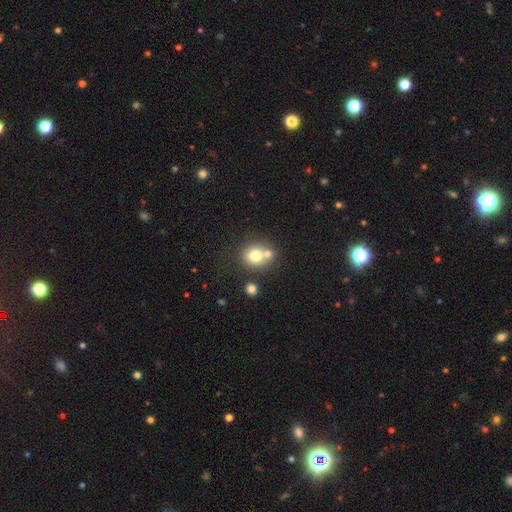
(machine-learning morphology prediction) smooth 74%, featured or disk 15%, star or artifact 12%. Down the decision tree: how rounded — round (83%); merging — none (52%).